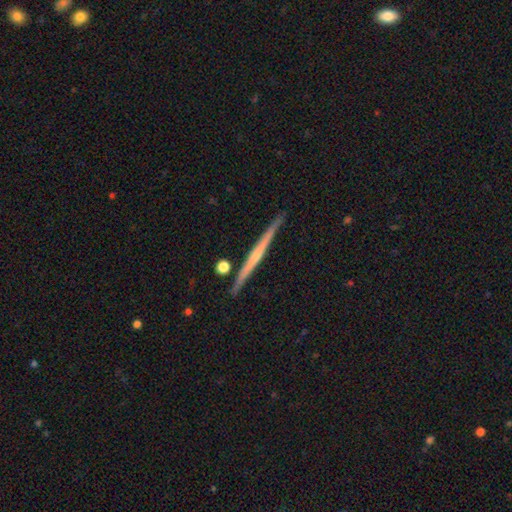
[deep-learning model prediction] This appears to be a featured or disk galaxy (66%) viewed edge-on (98%) with no central bulge (68%). Merging: none (89%).